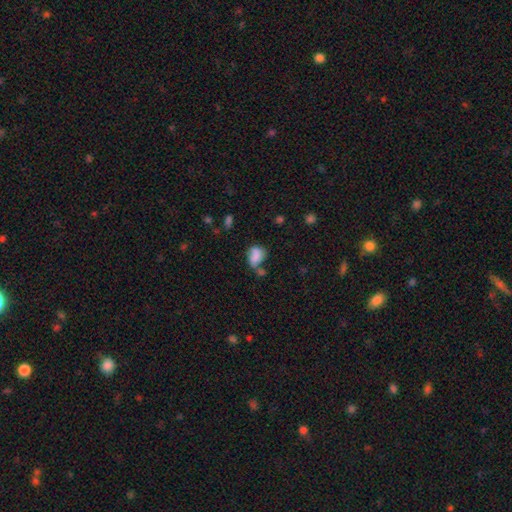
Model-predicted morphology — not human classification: The model was most divided on "merging": none: 33%, minor disturbance: 26%, merger: 23%, major disturbance: 17%. More confident: how rounded — in between (74%); smooth or featured — smooth (73%).